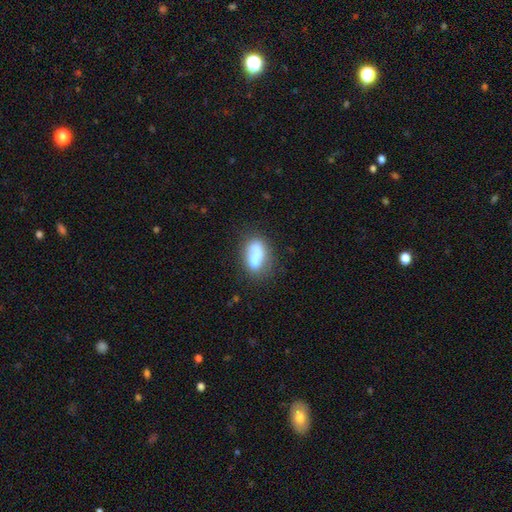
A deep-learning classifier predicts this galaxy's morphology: Smooth or featured: smooth — 67% (featured or disk — 24%)
How rounded: in between — 82% (round — 9%)
Merging: none — 41% (merger — 26%)